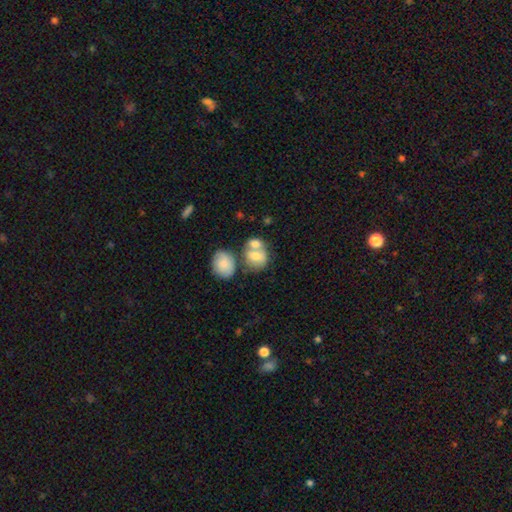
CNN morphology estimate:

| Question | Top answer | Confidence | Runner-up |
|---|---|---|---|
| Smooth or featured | smooth | 72% | featured or disk (20%) |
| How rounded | in between | 58% | round (40%) |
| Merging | merger | 55% | none (29%) |